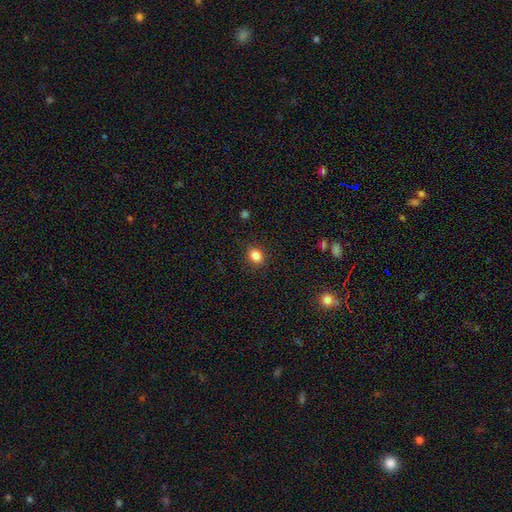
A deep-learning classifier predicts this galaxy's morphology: Smooth or featured: smooth — 84% (star or artifact — 11%)
How rounded: round — 61% (in between — 38%)
Merging: none — 87% (minor disturbance — 10%)